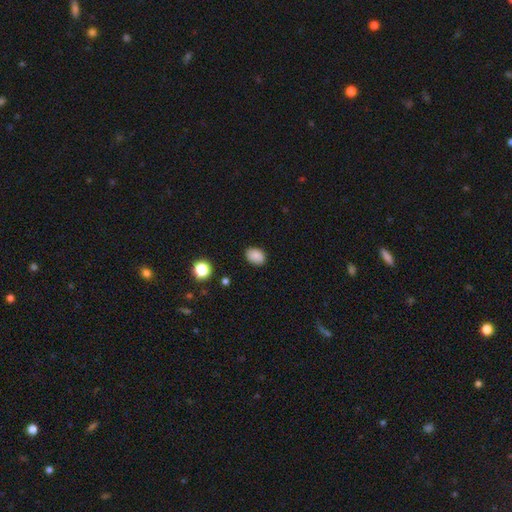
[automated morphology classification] Smooth or featured? smooth (87%)
How rounded? in between (75%)
Merging? none (85%)